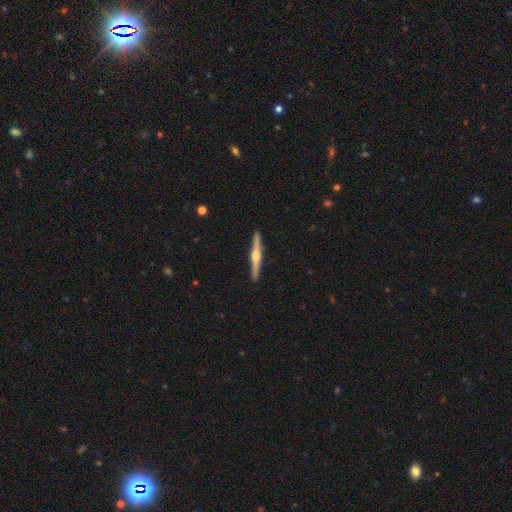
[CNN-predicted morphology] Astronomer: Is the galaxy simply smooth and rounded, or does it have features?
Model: featured or disk — 78%.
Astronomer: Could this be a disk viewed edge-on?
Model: yes — 98%.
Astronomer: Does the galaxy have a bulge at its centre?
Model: rounded — 93%.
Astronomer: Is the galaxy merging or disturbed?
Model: none — 92%.